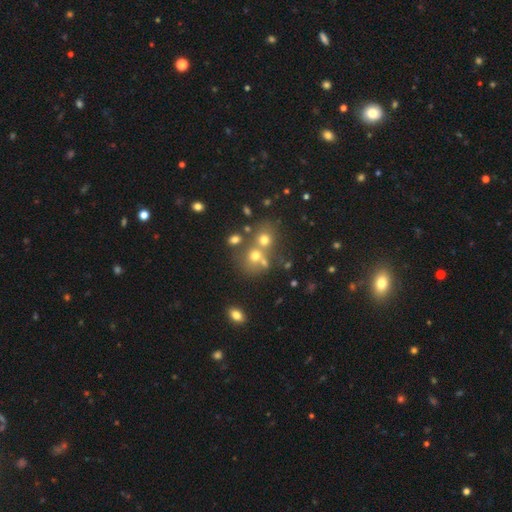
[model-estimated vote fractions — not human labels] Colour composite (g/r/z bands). It shows a smooth galaxy with no disk features (51%) that is round (74%). Merging: merger (48%).